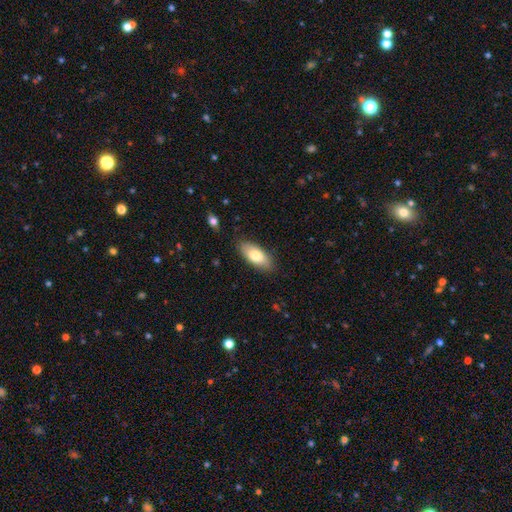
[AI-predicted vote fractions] This is likely a smooth galaxy (77%). How rounded: clearly in between (85%). Merging: clearly none (85%).